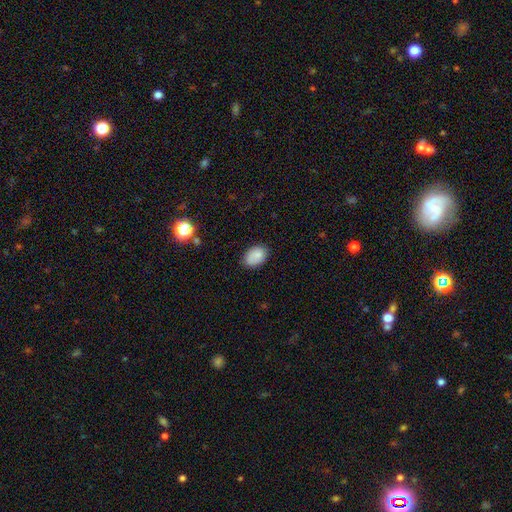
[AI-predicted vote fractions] A smooth galaxy with no disk features (82%) that is in between round and cigar-shaped (85%).

Vote fractions:
- Smooth or featured? smooth: 82% / featured or disk: 9% / star or artifact: 9%
- How rounded? in between: 85% / round: 14% / cigar-shaped: 1%
- Merging? none: 76% / minor disturbance: 19% / major disturbance: 4% / merger: 2%